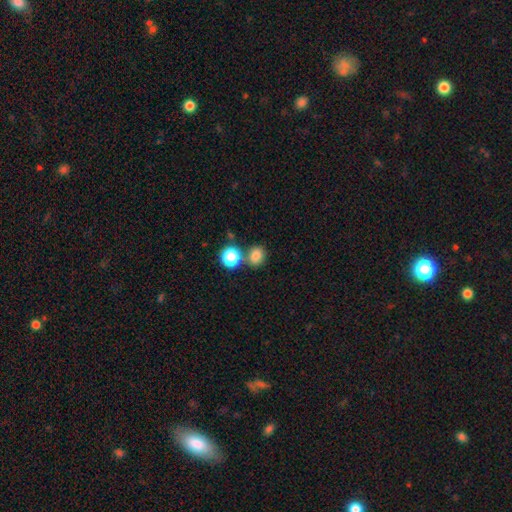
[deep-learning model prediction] Q: Smooth or featured?
A: smooth (81%); runner-up: star or artifact (13%)
Q: How rounded?
A: round (73%); runner-up: in between (26%)
Q: Merging?
A: none (62%); runner-up: merger (25%)